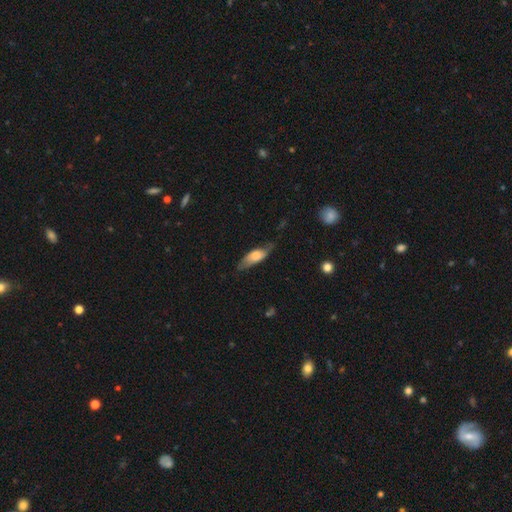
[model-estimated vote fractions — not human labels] smooth-or-featured: smooth: 57% | featured or disk: 37% | star or artifact: 6%
  how-rounded: in between: 59% | cigar-shaped: 38% | round: 3%
  merging: none: 64% | minor disturbance: 27% | major disturbance: 8% | merger: 2%